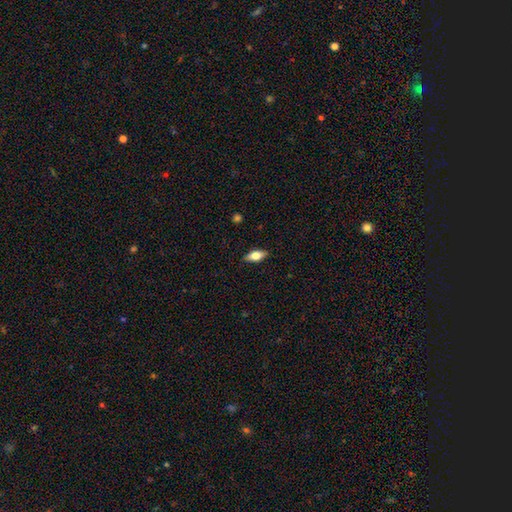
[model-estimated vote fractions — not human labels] Morphology: type=smooth (64%); roundness=in between (79%); merging=none (87%).